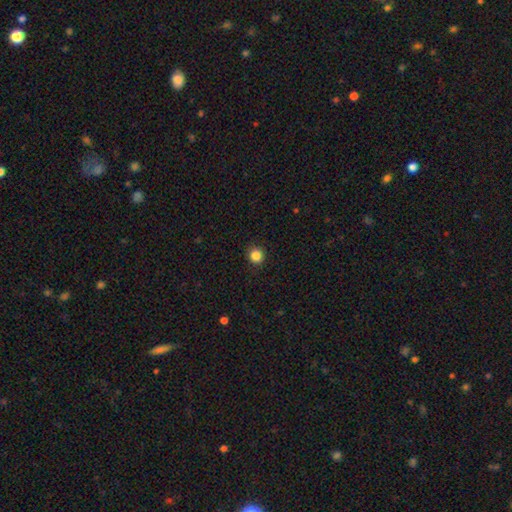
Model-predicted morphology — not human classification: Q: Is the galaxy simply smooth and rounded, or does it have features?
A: smooth — 85%.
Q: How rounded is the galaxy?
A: round — 93%.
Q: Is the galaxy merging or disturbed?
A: none — 92%.